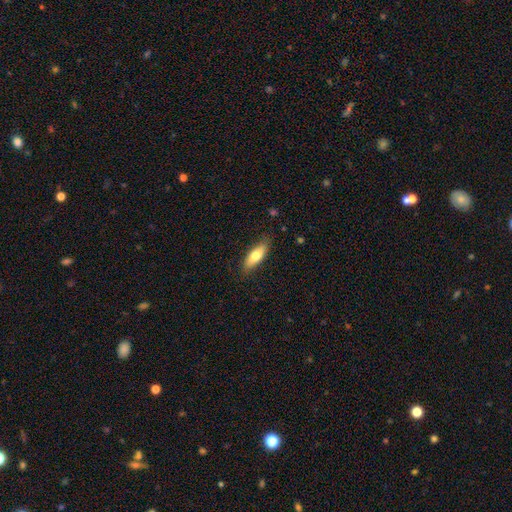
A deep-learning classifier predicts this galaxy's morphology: Smooth or featured?
  - smooth: 72% *
  - featured or disk: 22%
  - star or artifact: 6%
How rounded?
  - in between: 65% *
  - cigar-shaped: 33%
  - round: 2%
Merging?
  - none: 82% *
  - minor disturbance: 14%
  - major disturbance: 3%
  - merger: 1%